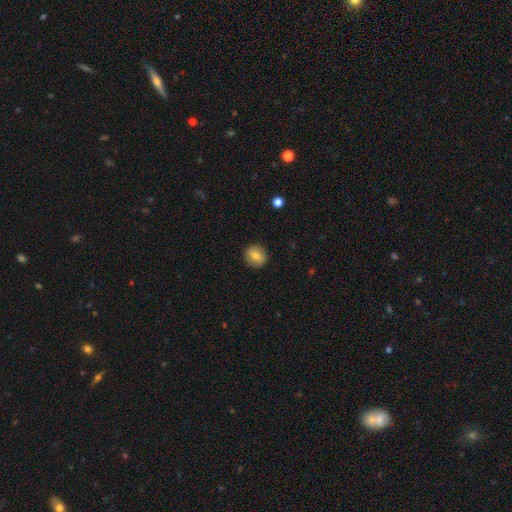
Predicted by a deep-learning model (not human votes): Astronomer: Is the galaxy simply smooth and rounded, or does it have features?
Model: smooth — 77%.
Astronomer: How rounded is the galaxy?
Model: round — 88%.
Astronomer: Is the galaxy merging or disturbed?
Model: none — 91%.